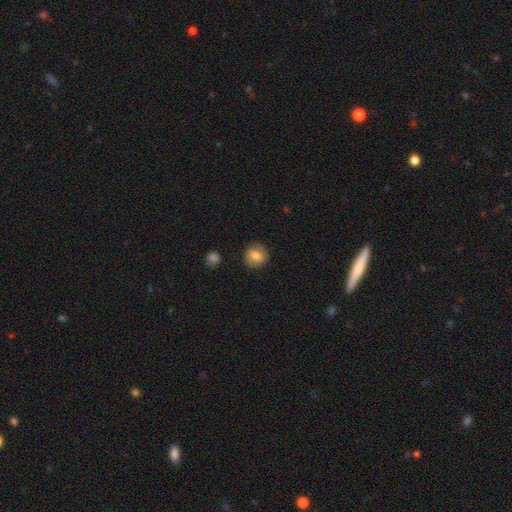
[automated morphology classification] Smooth or featured?
  - smooth: 72% *
  - featured or disk: 20%
  - star or artifact: 8%
How rounded?
  - round: 85% *
  - in between: 14%
  - cigar-shaped: 1%
Merging?
  - none: 83% *
  - minor disturbance: 12%
  - major disturbance: 3%
  - merger: 1%